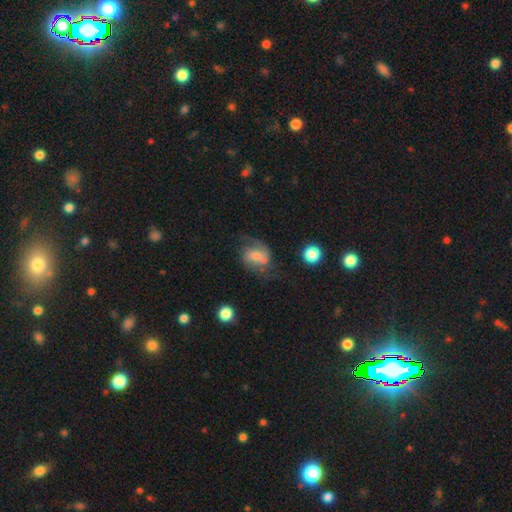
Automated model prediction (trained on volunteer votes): Smooth or featured? Predicted: featured or disk (p=0.63). Edge-on disk? Predicted: no (p=0.97). Bar? Predicted: weak (p=0.43). Spiral arms? Predicted: yes (p=0.88). Spiral winding? Predicted: medium (p=0.45). Spiral arm count? Predicted: 2 (p=0.81). Bulge size? Predicted: moderate (p=0.46). Merging? Predicted: none (p=0.54).